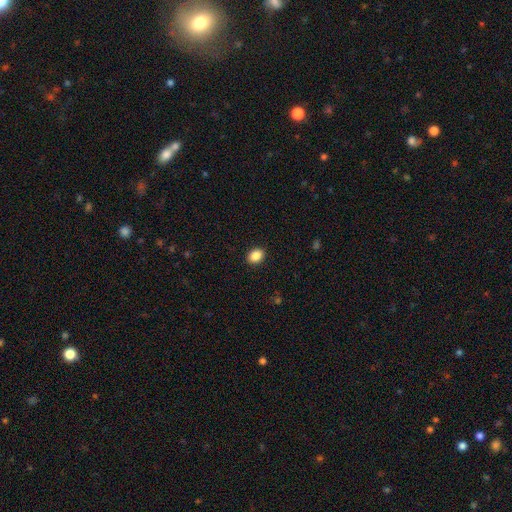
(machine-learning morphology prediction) type=smooth (88%); roundness=in between (62%); merging=none (91%).